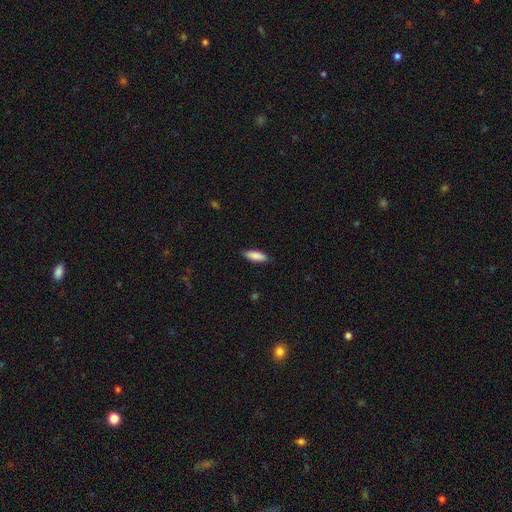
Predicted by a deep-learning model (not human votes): Overall: smooth (88%). How rounded: in between (58%; cigar-shaped 40%). Merging: none (87%).